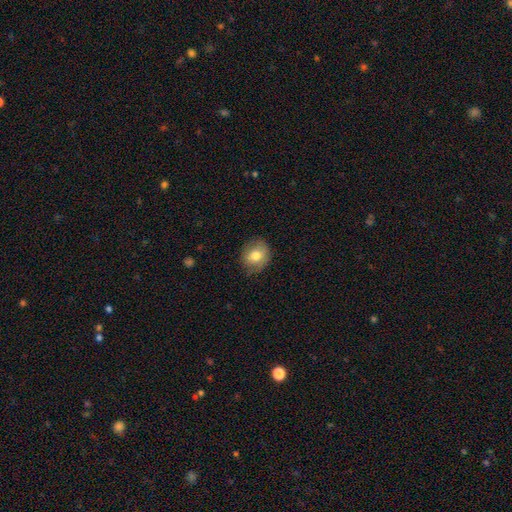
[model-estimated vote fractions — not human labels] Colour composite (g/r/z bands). It shows a smooth galaxy with no disk features (76%) that is round (68%). Merging: none (77%).